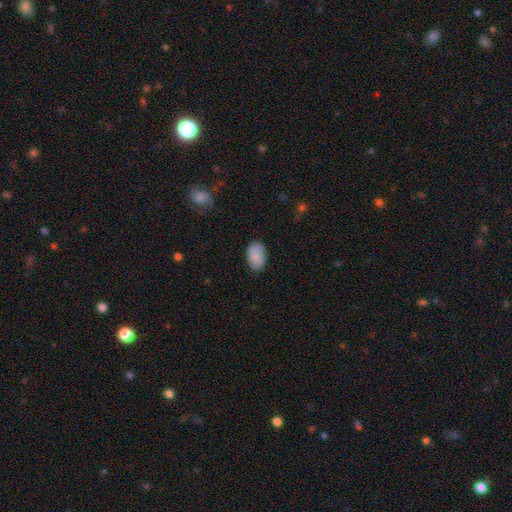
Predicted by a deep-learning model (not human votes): This is clearly a smooth galaxy (83%). How rounded: clearly in between (91%). Merging: clearly none (82%).